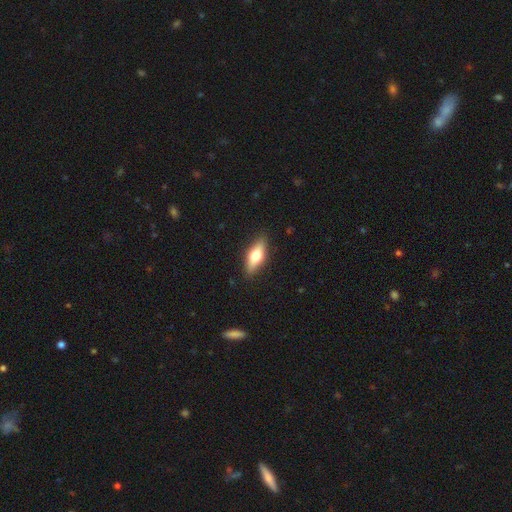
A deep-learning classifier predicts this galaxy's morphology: Smooth or featured: smooth — 57% (featured or disk — 37%)
How rounded: in between — 63% (cigar-shaped — 33%)
Merging: none — 88% (minor disturbance — 9%)